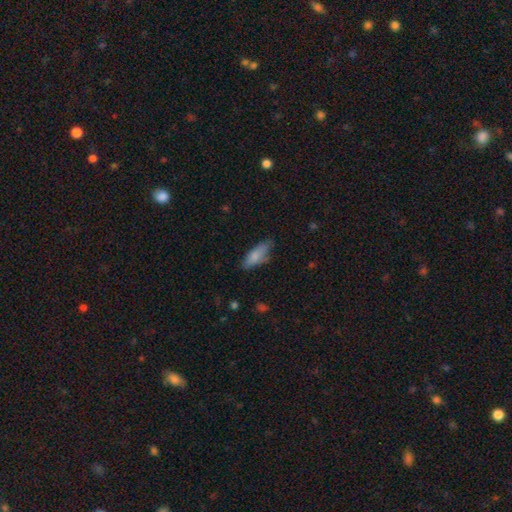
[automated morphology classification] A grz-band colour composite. It shows a smooth galaxy with no disk features (81%) that is in between round and cigar-shaped (69%). Merging: none (64%).